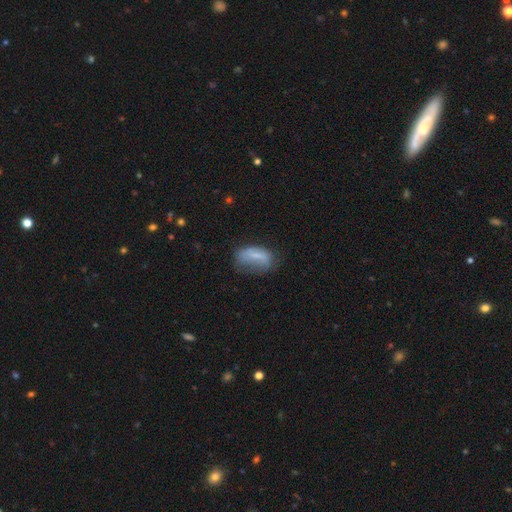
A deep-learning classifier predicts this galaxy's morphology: A smooth galaxy with no disk features (64%) that is in between round and cigar-shaped (86%). Merging: none (43%).